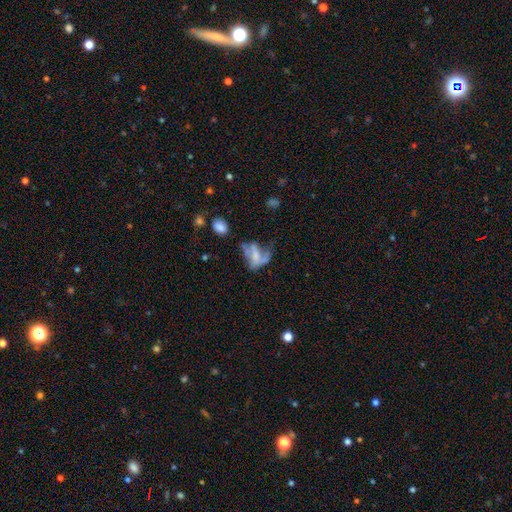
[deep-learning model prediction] Smooth or featured? featured or disk (51%)
Edge-on disk? no (95%)
Merging? major disturbance (44%)